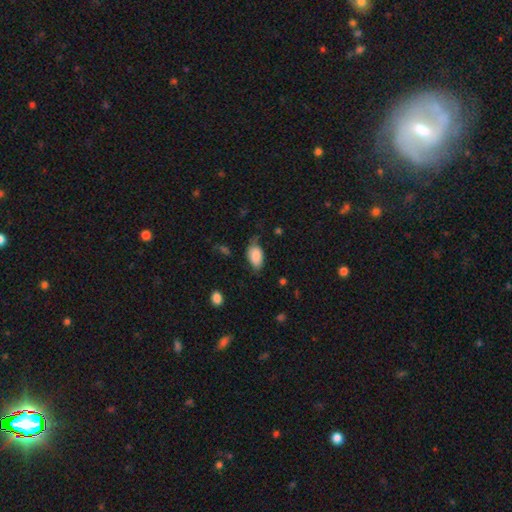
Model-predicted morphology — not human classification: type=smooth (85%); roundness=in between (93%); merging=none (51%).